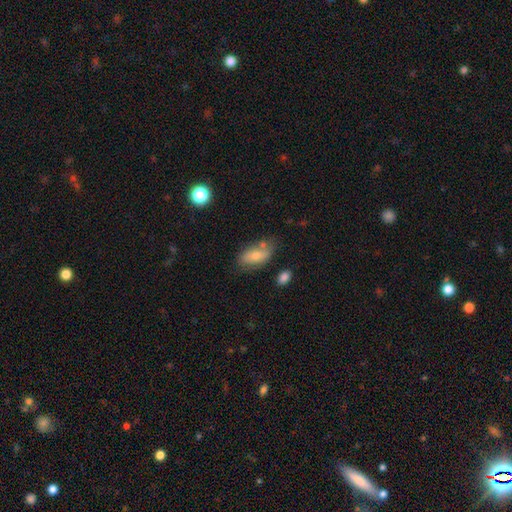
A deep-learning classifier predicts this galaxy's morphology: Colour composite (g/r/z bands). It shows a smooth galaxy with no disk features (67%) that is in between round and cigar-shaped (90%). Merging: none (63%).